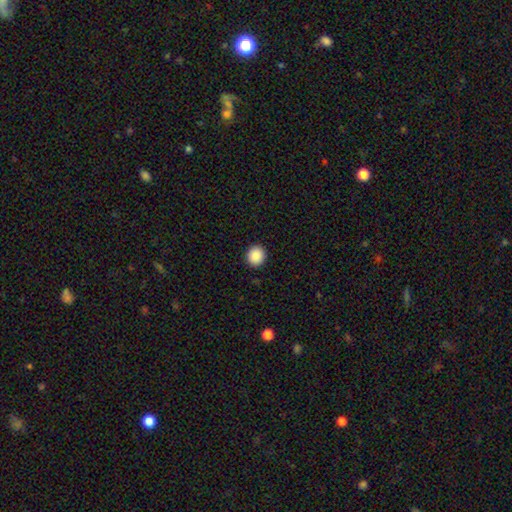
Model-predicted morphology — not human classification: smooth-or-featured: smooth: 88% | star or artifact: 9% | featured or disk: 3%
  how-rounded: round: 87% | in between: 12% | cigar-shaped: 1%
  merging: none: 92% | minor disturbance: 5% | major disturbance: 2% | merger: 1%